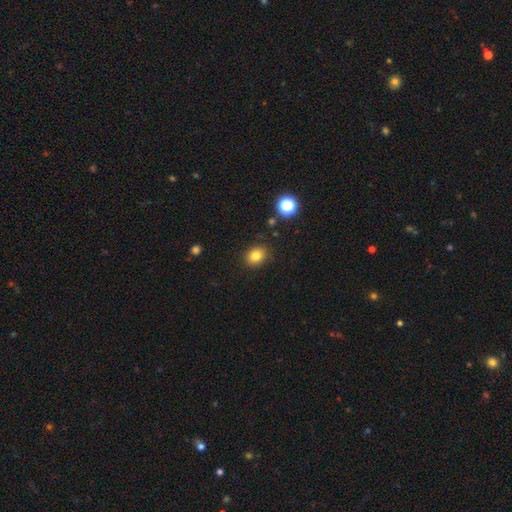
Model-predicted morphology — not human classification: A smooth galaxy with no disk features (82%) that is round (60%). Merging: none (88%).